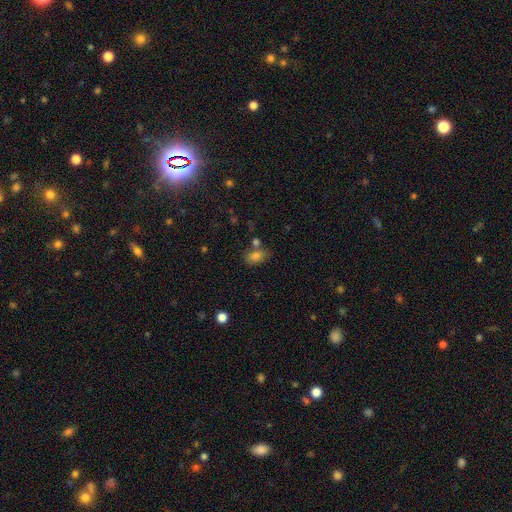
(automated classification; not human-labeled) Q: Smooth or featured?
A: smooth (80%); runner-up: star or artifact (11%)
Q: How rounded?
A: in between (82%); runner-up: round (16%)
Q: Merging?
A: none (57%); runner-up: merger (21%)